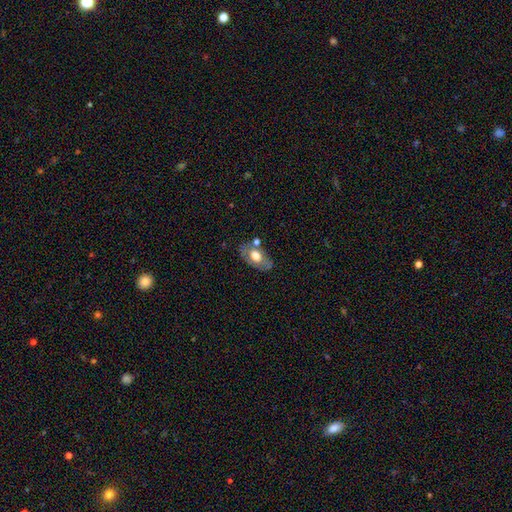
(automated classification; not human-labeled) smooth 55%, featured or disk 39%, star or artifact 7%. Down the decision tree: how rounded — in between (89%); merging — none (65%).